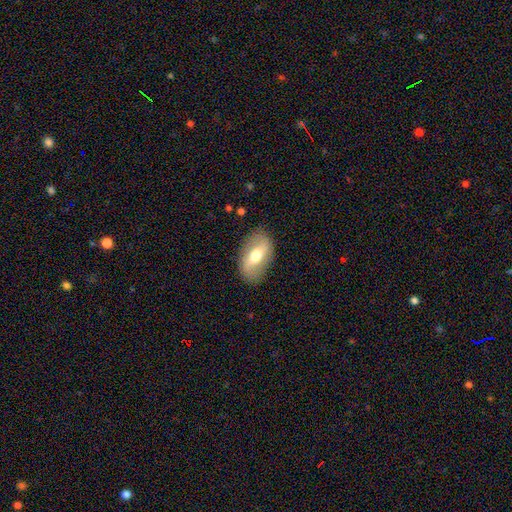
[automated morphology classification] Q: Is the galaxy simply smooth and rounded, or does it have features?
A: featured or disk — 50%.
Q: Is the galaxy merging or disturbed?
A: none — 83%.